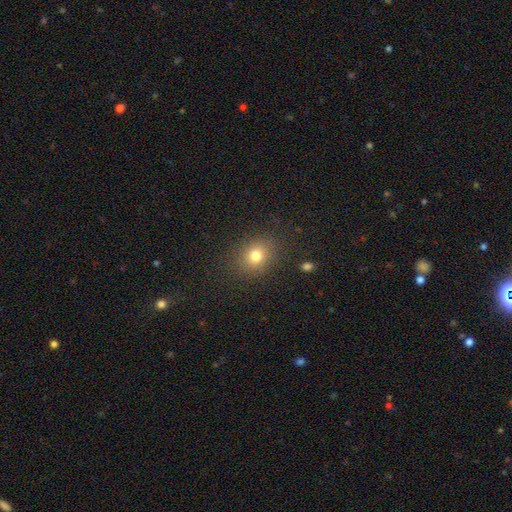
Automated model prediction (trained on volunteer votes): smooth 77%, star or artifact 14%, featured or disk 9%. Down the decision tree: how rounded — round (62%); merging — none (85%).